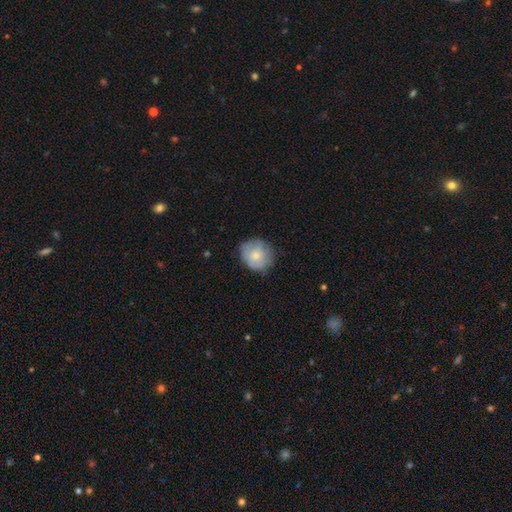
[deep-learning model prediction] Smooth or featured? smooth (60%)
How rounded? round (82%)
Merging? none (73%)